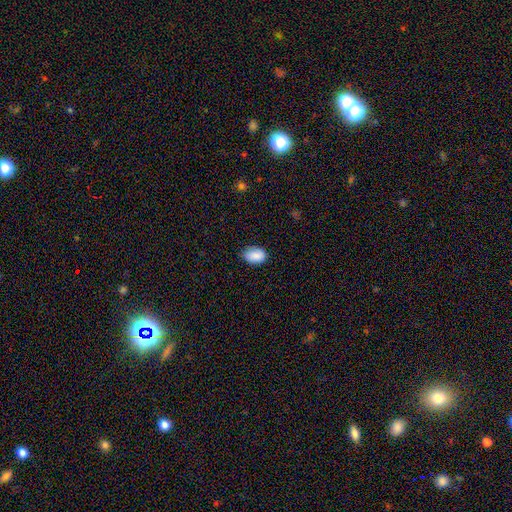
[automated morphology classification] type=smooth (88%); roundness=in between (86%); merging=none (75%).